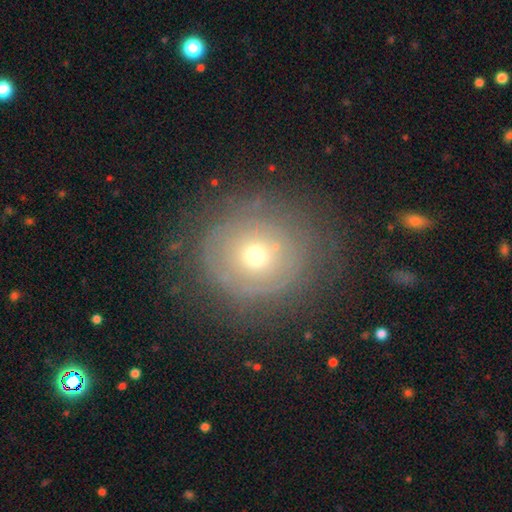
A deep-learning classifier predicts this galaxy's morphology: This is marginally a smooth galaxy (45%). Merging: likely none (72%).